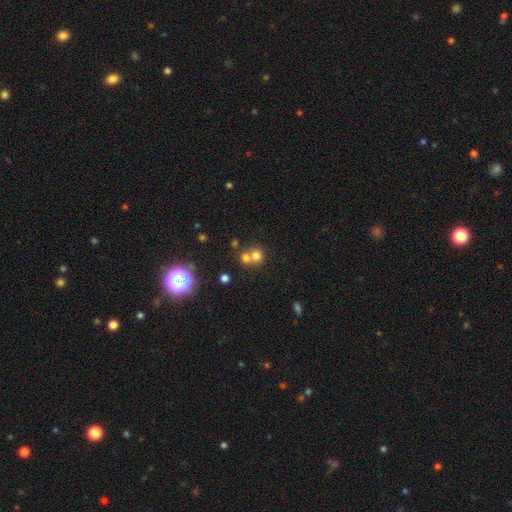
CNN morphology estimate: smooth_or_featured: smooth (p=0.70) [alt: star or artifact p=0.17]
how_rounded: round (p=0.83) [alt: in between p=0.16]
merging: merger (p=0.53) [alt: none p=0.38]